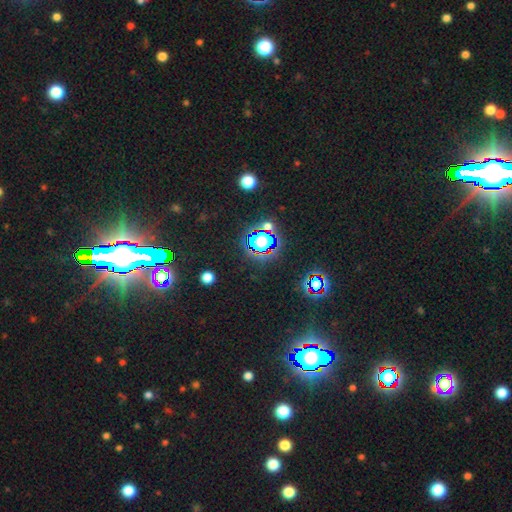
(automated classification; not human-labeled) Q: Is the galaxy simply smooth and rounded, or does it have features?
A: star or artifact — 83%.